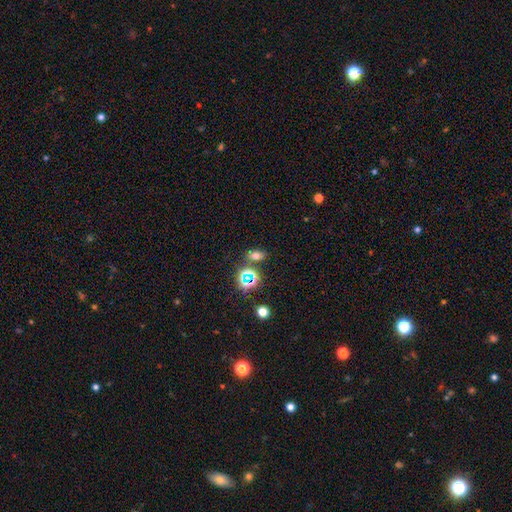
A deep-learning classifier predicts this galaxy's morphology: Smooth or featured: smooth — 62% (star or artifact — 28%)
How rounded: in between — 76% (round — 20%)
Merging: none — 76% (minor disturbance — 10%)